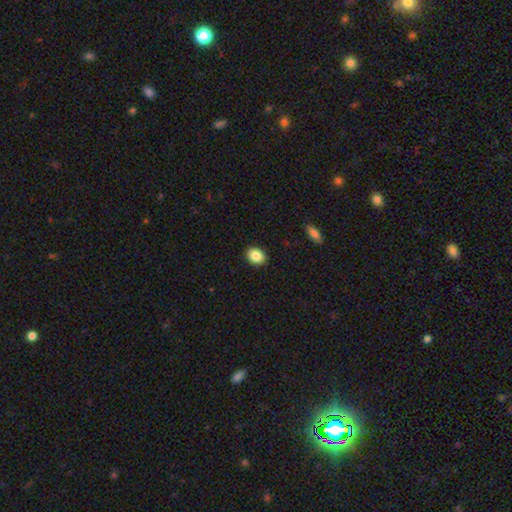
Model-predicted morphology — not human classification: A smooth galaxy with no disk features (88%) that is in between round and cigar-shaped (60%).

Vote fractions:
- Smooth or featured? smooth: 88% / star or artifact: 8% / featured or disk: 4%
- How rounded? in between: 60% / round: 39% / cigar-shaped: 1%
- Merging? none: 91% / minor disturbance: 7% / major disturbance: 2% / merger: 1%